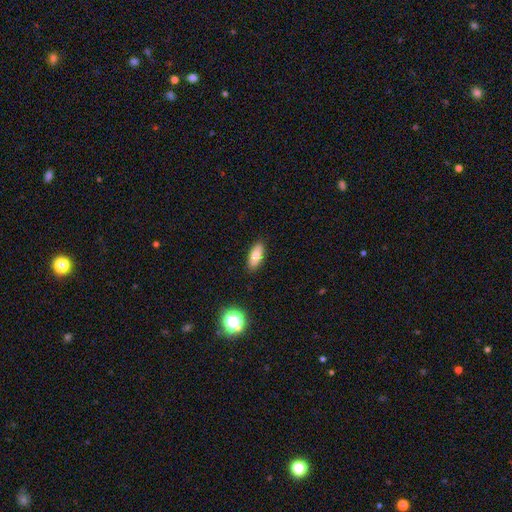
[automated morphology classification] Smooth or featured? smooth (75%)
How rounded? in between (84%)
Merging? none (88%)